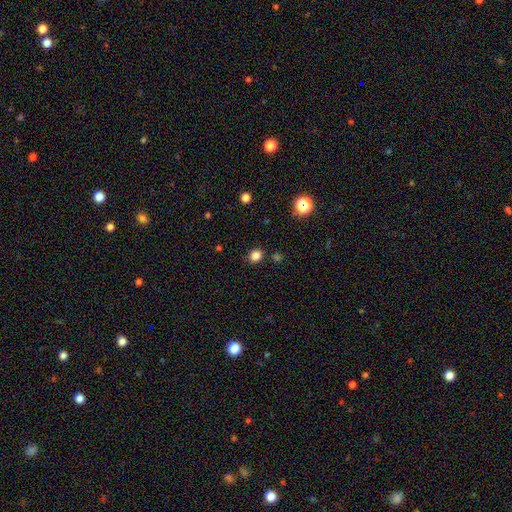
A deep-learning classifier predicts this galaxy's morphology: This is clearly a smooth galaxy (82%). How rounded: likely round (71%). Merging: clearly none (87%).